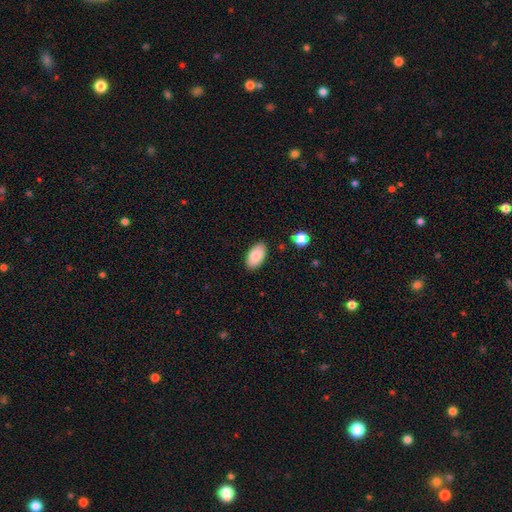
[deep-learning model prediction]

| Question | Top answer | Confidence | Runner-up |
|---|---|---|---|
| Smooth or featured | smooth | 85% | featured or disk (8%) |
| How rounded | in between | 95% | round (3%) |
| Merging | none | 86% | minor disturbance (10%) |